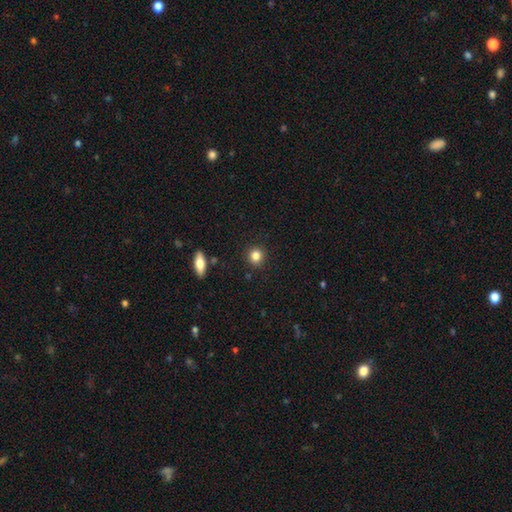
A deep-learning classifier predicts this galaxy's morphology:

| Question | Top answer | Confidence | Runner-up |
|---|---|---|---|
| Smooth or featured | smooth | 84% | star or artifact (11%) |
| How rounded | round | 88% | in between (11%) |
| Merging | none | 90% | minor disturbance (7%) |